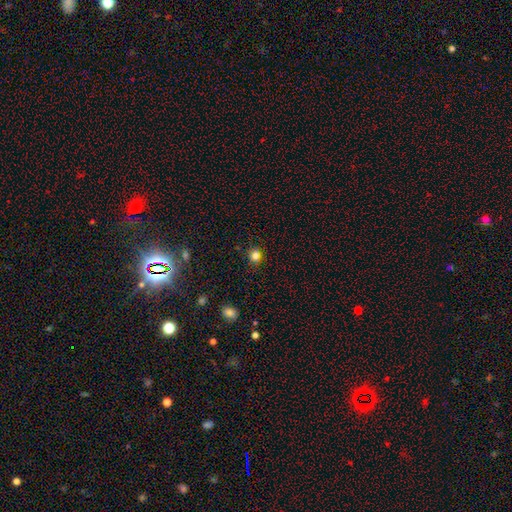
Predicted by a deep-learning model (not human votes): Overall: smooth (80%). How rounded: round (83%). Merging: none (88%).